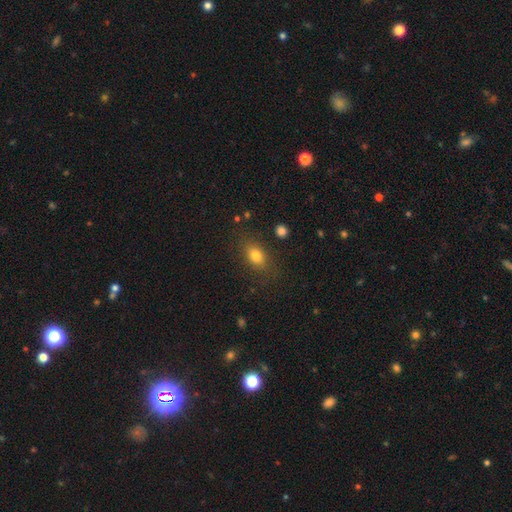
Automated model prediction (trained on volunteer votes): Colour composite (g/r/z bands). It shows a smooth galaxy with no disk features (79%) that is in between round and cigar-shaped (76%). Merging: none (79%).